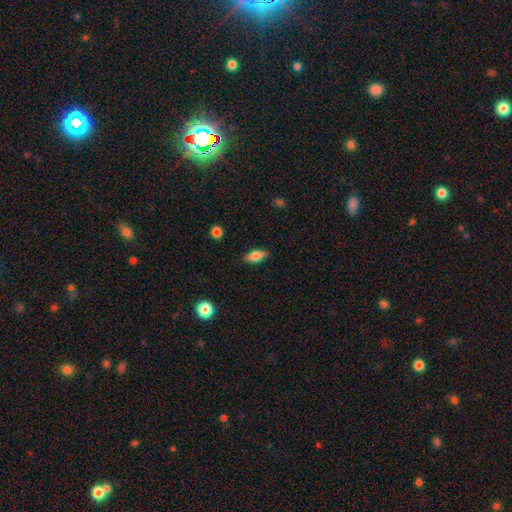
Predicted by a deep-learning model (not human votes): The model was most divided on "smooth or featured": smooth: 74%, featured or disk: 18%, star or artifact: 7%. More confident: merging — none (85%); how rounded — in between (83%).